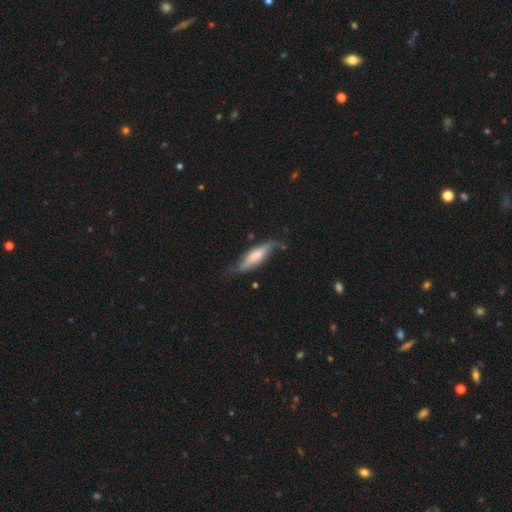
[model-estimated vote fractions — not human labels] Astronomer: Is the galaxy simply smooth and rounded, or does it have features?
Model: smooth — 52% (runner-up: featured or disk, 42%).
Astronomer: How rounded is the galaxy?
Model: cigar-shaped — 66%.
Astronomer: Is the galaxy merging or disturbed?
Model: none — 58%.